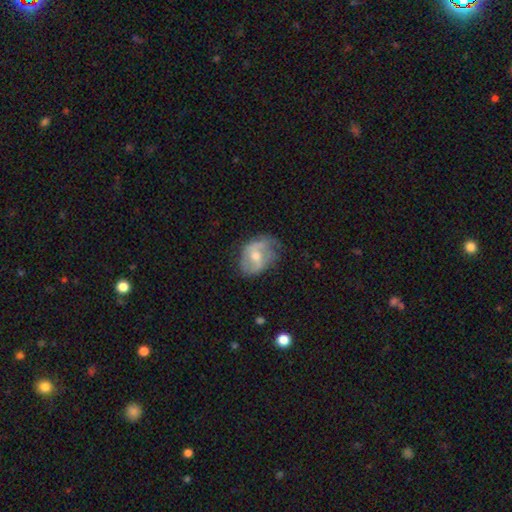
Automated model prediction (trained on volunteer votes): A featured or disk galaxy (59%) with a weak bar (43%), spiral arms (67%) and a moderate central bulge (63%). Merging: none (52%).